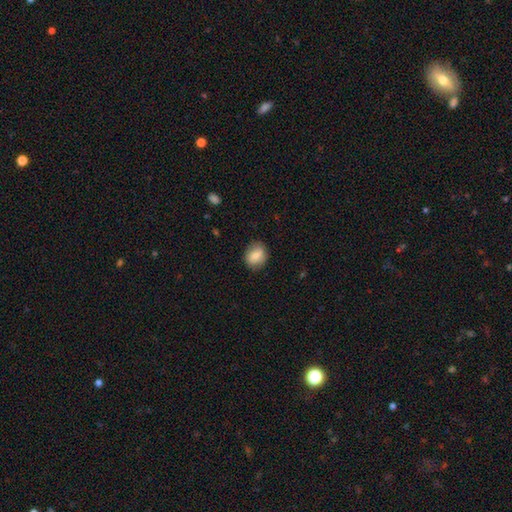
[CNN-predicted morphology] type=smooth (78%); roundness=round (58%); merging=none (83%).